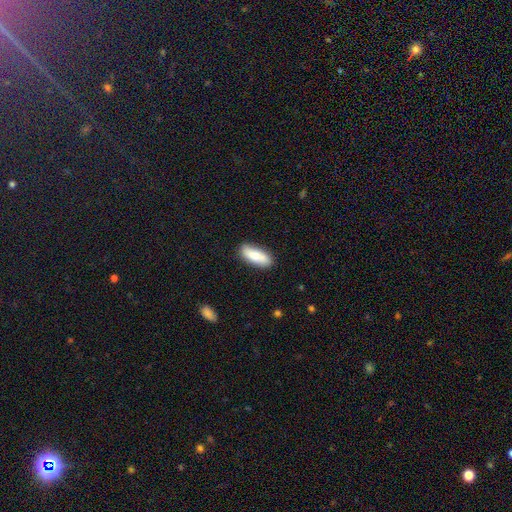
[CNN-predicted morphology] Smooth or featured? Predicted: smooth (p=0.74). How rounded? Predicted: in between (p=0.74). Merging? Predicted: none (p=0.87).